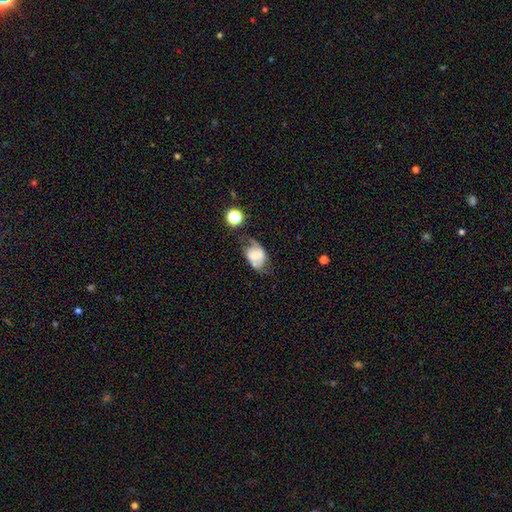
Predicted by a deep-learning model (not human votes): smooth-or-featured: featured or disk: 48% | smooth: 41% | star or artifact: 11%
  merging: none: 37% | minor disturbance: 28% | major disturbance: 23% | merger: 11%